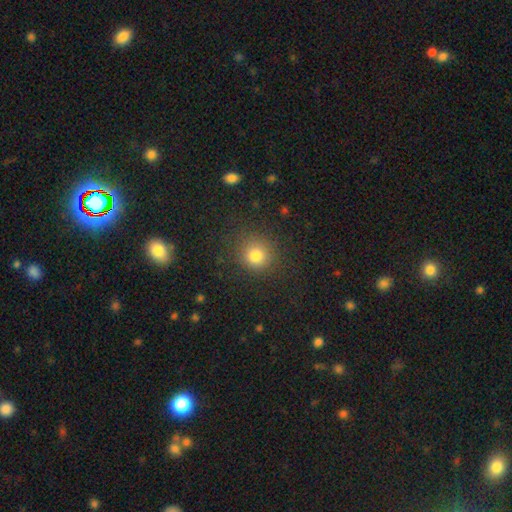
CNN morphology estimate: This appears to be a smooth galaxy with no disk features (80%) that is round (89%). Merging: none (86%).